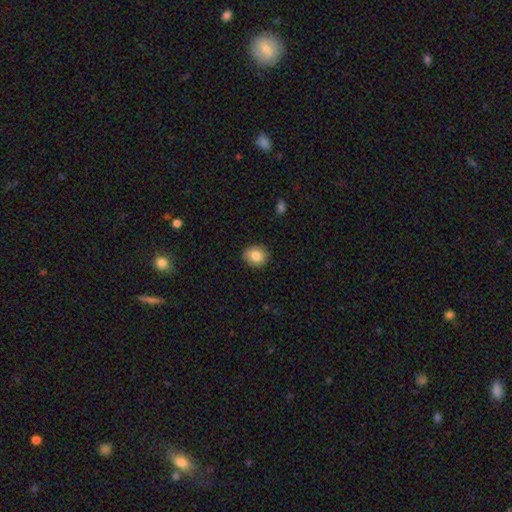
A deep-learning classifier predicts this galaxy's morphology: type=smooth (83%); roundness=round (66%); merging=none (86%).